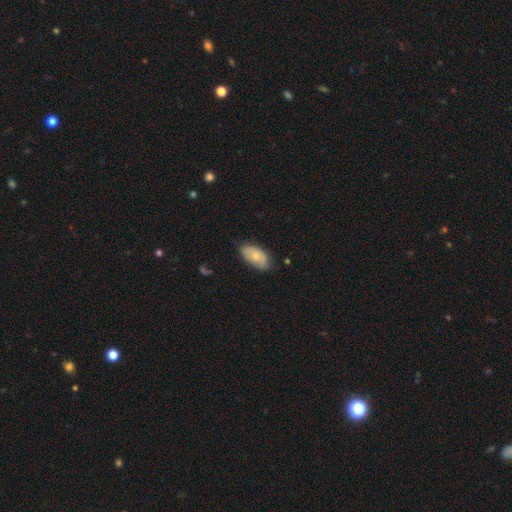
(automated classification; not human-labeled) smooth-or-featured: smooth: 73% | featured or disk: 21% | star or artifact: 6%
  how-rounded: in between: 94% | round: 3% | cigar-shaped: 3%
  merging: none: 71% | minor disturbance: 23% | major disturbance: 4% | merger: 1%